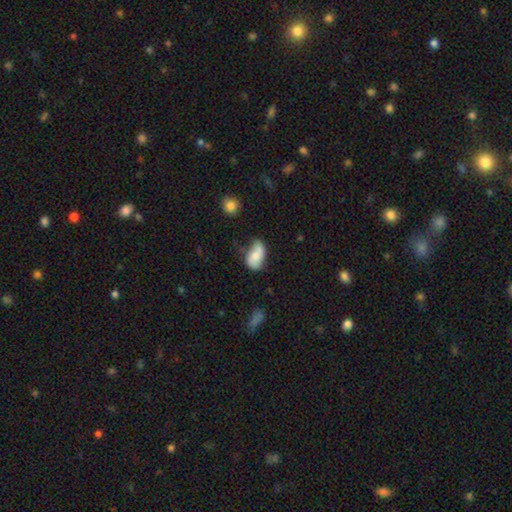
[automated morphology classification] smooth_or_featured: smooth (p=0.51) [alt: featured or disk p=0.42]
how_rounded: in between (p=0.90) [alt: round p=0.08]
merging: none (p=0.54) [alt: minor disturbance p=0.32]